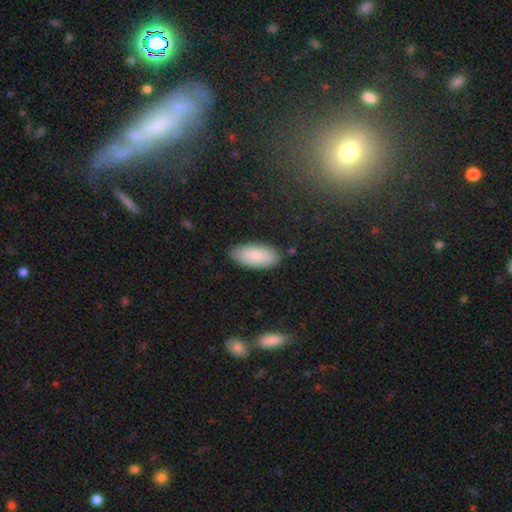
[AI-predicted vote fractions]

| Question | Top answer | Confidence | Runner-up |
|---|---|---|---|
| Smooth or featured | smooth | 86% | featured or disk (8%) |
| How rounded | in between | 90% | cigar-shaped (8%) |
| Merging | none | 85% | minor disturbance (11%) |